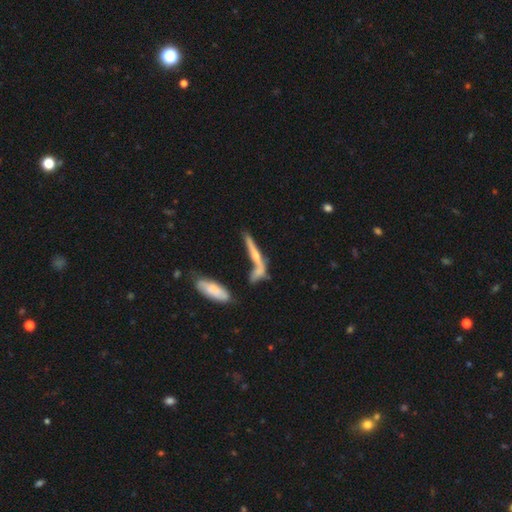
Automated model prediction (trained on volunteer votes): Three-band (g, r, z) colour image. It shows a featured or disk galaxy (55%) viewed edge-on (82%). Merging: none (42%).